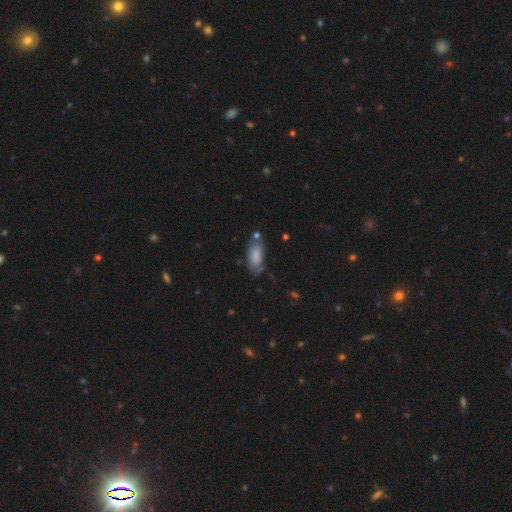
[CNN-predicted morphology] This is likely a smooth galaxy (78%). How rounded: clearly in between (86%). Merging: possibly none (54%).